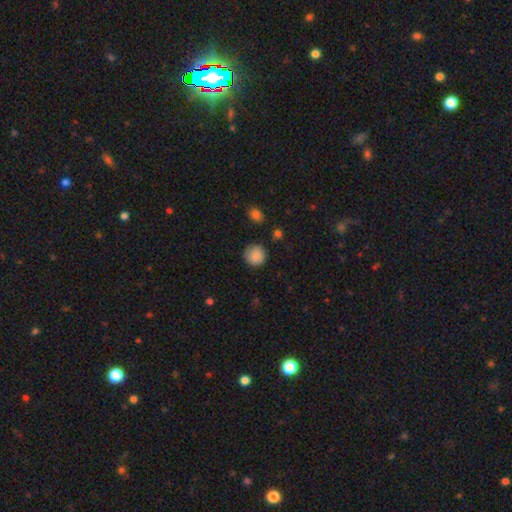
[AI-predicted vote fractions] Morphology: type=smooth (87%); roundness=round (93%); merging=none (84%).